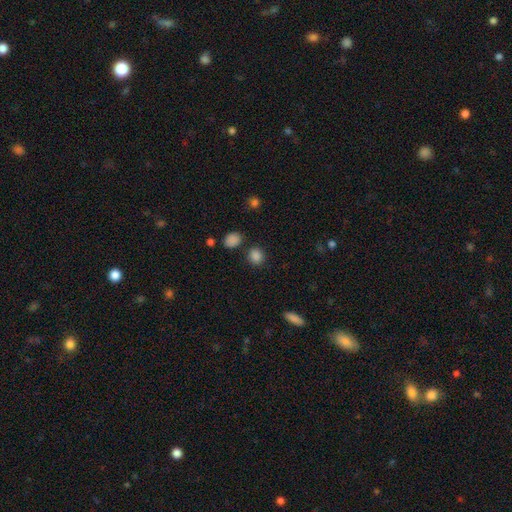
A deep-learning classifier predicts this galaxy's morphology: The model was most divided on "how rounded": round: 77%, in between: 22%, cigar-shaped: 1%. More confident: smooth or featured — smooth (85%); merging — none (82%).